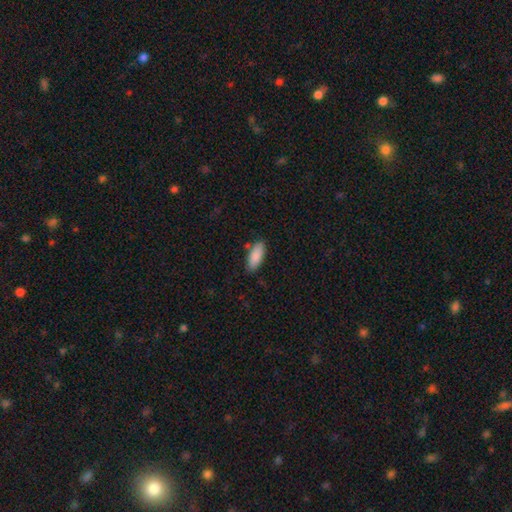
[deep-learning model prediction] Q: Smooth or featured?
A: smooth (88%); runner-up: featured or disk (6%)
Q: How rounded?
A: in between (81%); runner-up: cigar-shaped (17%)
Q: Merging?
A: none (80%); runner-up: minor disturbance (13%)